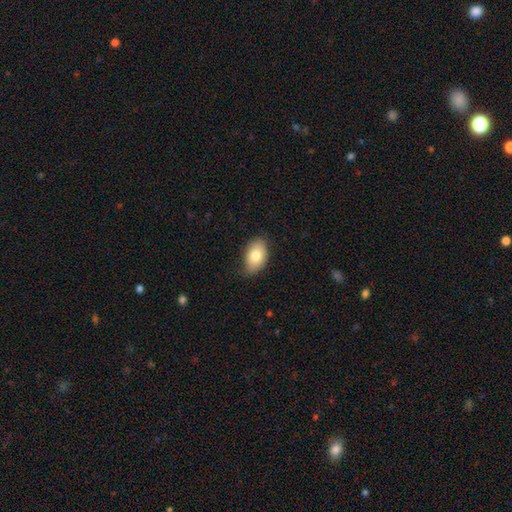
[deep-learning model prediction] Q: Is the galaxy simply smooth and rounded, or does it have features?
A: smooth — 80%.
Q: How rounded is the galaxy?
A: in between — 90%.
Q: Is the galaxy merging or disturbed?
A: none — 78%.